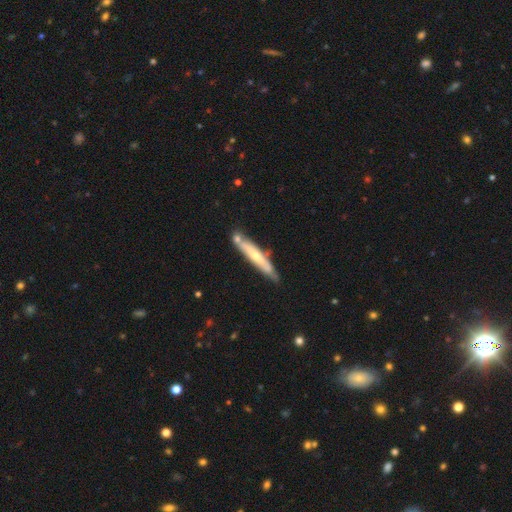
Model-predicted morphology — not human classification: featured or disk 53%, smooth 42%, star or artifact 5%. Down the decision tree: edge-on disk — yes (81%); merging — none (67%).